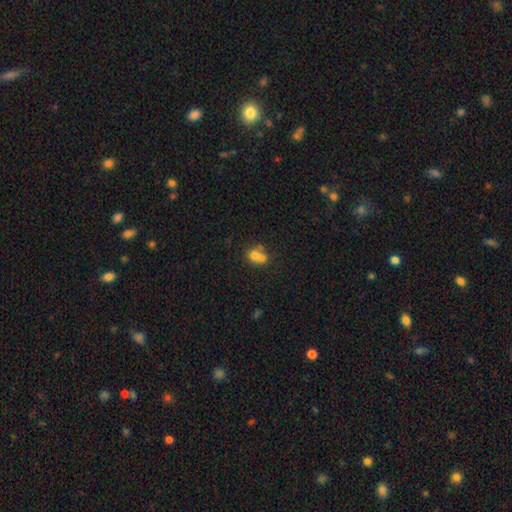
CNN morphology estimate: smooth_or_featured: smooth (p=0.68) [alt: featured or disk p=0.20]
how_rounded: round (p=0.68) [alt: in between p=0.31]
merging: merger (p=0.59) [alt: none p=0.29]